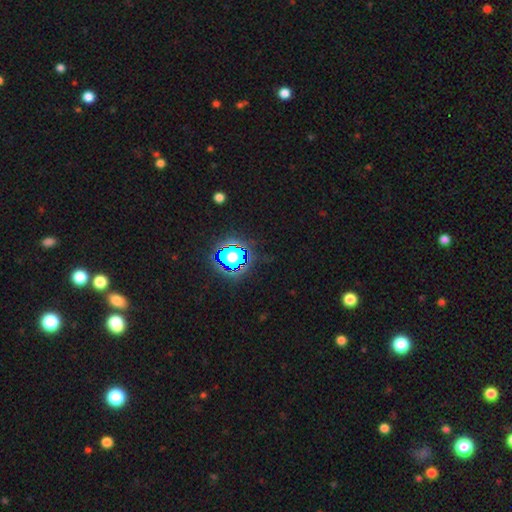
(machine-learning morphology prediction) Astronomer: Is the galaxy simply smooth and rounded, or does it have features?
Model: star or artifact — 80%.